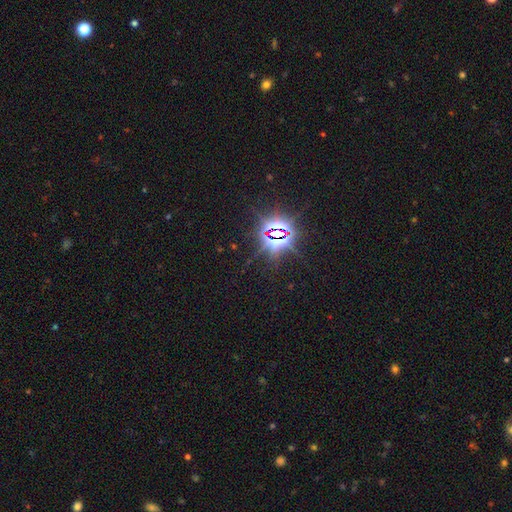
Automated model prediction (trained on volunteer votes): This appears to be a star or artifact, not a galaxy (83%).